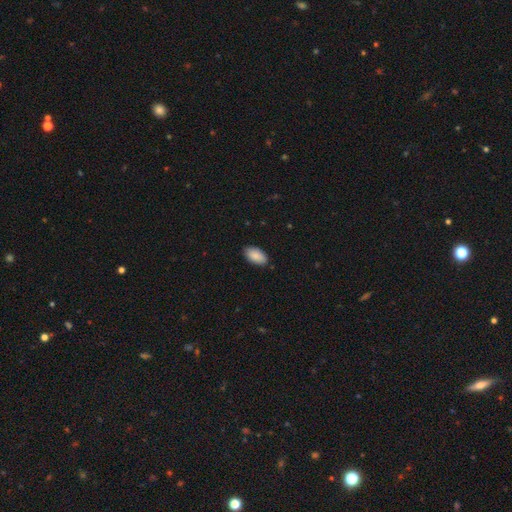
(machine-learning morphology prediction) A smooth galaxy with no disk features (89%) that is in between round and cigar-shaped (95%). Merging: none (86%).